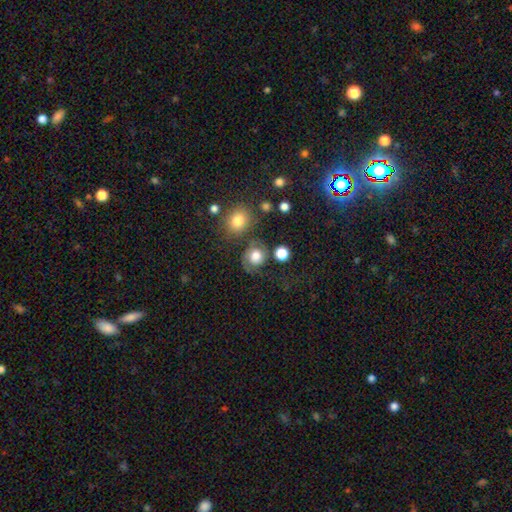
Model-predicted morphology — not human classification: Smooth or featured?
  - smooth: 60% *
  - featured or disk: 28%
  - star or artifact: 11%
How rounded?
  - round: 74% *
  - in between: 25%
  - cigar-shaped: 1%
Merging?
  - none: 56% *
  - minor disturbance: 20%
  - major disturbance: 15%
  - merger: 9%